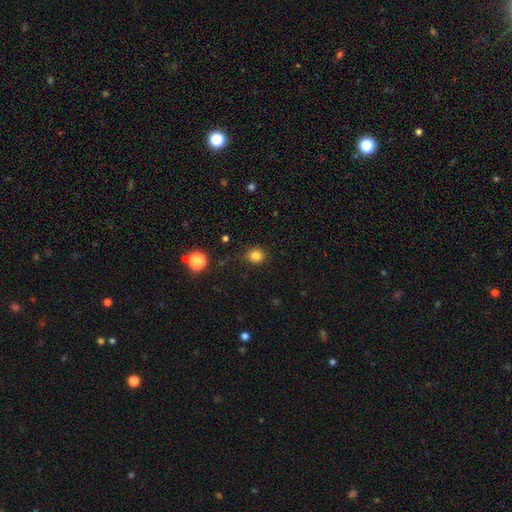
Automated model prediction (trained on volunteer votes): Smooth or featured?
  - smooth: 83% *
  - star or artifact: 13%
  - featured or disk: 4%
How rounded?
  - round: 80% *
  - in between: 19%
  - cigar-shaped: 1%
Merging?
  - none: 85% *
  - minor disturbance: 10%
  - major disturbance: 3%
  - merger: 1%